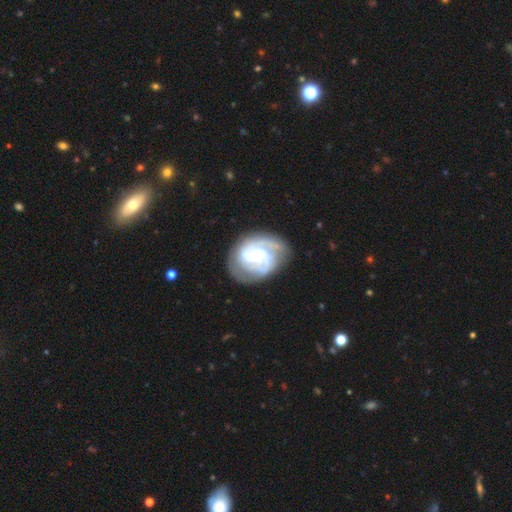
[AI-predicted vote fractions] This is clearly a featured or disk galaxy (85%). It is clearly not viewed edge-on (98%). Bar: likely no (60%). Spiral arm pattern: clearly yes (95%). Spiral arm count: marginally 2 (44%). Spiral winding: possibly tight (52%). Central bulge: likely small (61%). Merging: likely none (70%).